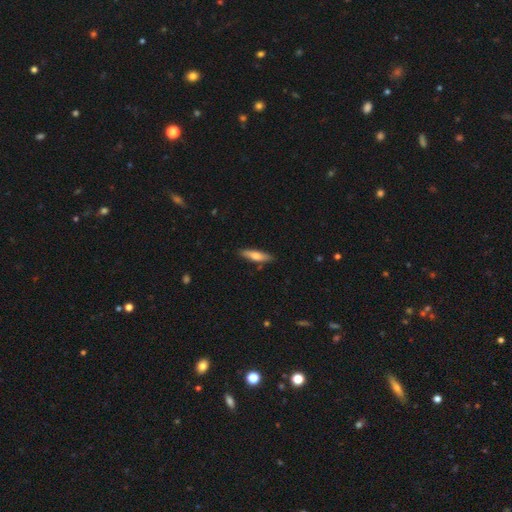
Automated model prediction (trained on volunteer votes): The model was most divided on "smooth or featured": smooth: 64%, featured or disk: 30%, star or artifact: 6%. More confident: merging — none (86%); how rounded — cigar-shaped (72%).